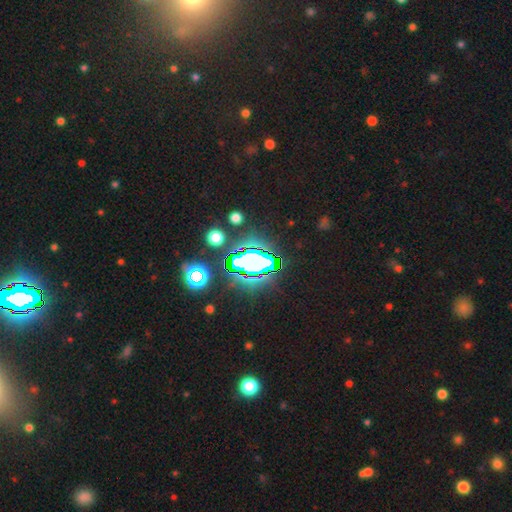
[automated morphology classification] star or artifact 73%, smooth 16%, featured or disk 11%.